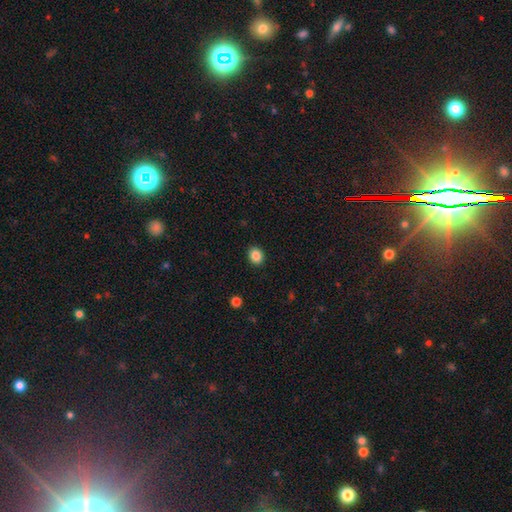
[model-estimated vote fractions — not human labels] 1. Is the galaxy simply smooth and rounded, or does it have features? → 86% smooth, 10% star or artifact, 4% featured or disk.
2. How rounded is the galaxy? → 60% round, 40% in between, 1% cigar-shaped.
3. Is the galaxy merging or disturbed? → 91% none, 6% minor disturbance, 2% major disturbance, 1% merger.